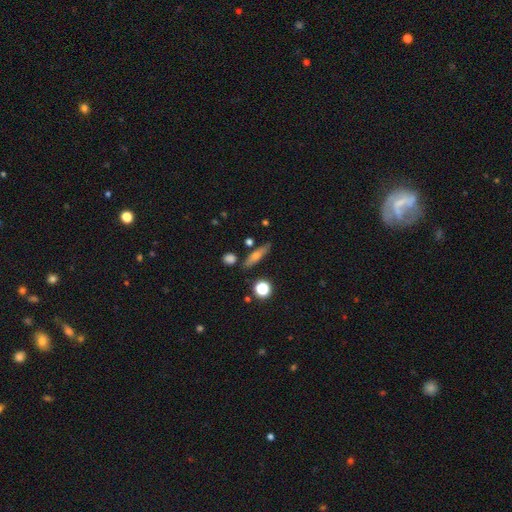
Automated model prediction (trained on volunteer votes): Smooth or featured: smooth — 56% (featured or disk — 34%)
How rounded: cigar-shaped — 71% (in between — 23%)
Merging: none — 81% (minor disturbance — 11%)